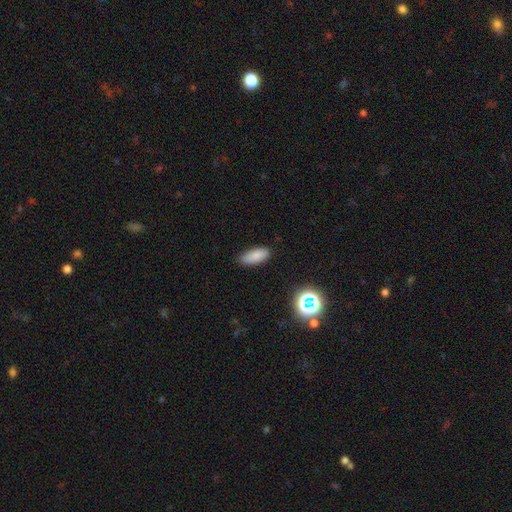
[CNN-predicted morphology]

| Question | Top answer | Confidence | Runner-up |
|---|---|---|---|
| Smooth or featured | smooth | 83% | star or artifact (11%) |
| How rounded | in between | 78% | cigar-shaped (19%) |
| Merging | none | 85% | minor disturbance (11%) |